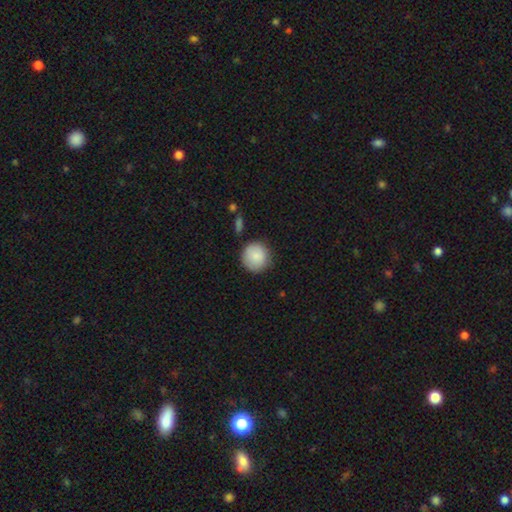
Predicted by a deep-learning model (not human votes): A smooth galaxy with no disk features (87%) that is round (94%).

Vote fractions:
- Smooth or featured? smooth: 87% / star or artifact: 7% / featured or disk: 6%
- How rounded? round: 94% / in between: 5% / cigar-shaped: 1%
- Merging? none: 82% / minor disturbance: 12% / major disturbance: 3% / merger: 3%